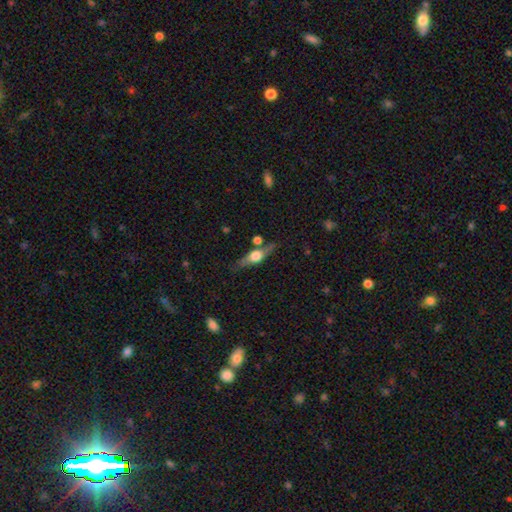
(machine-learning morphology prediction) Q: Smooth or featured?
A: featured or disk (60%); runner-up: smooth (34%)
Q: Edge-on disk?
A: yes (88%); runner-up: no (12%)
Q: Edge-on bulge?
A: rounded (92%); runner-up: boxy (6%)
Q: Merging?
A: none (72%); runner-up: minor disturbance (16%)